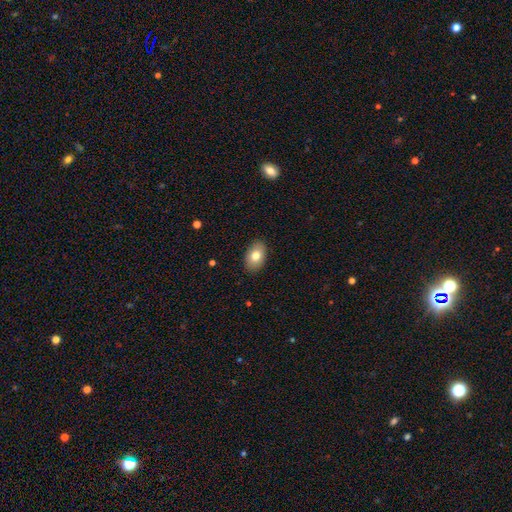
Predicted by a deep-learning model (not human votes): smooth_or_featured: smooth (p=0.79) [alt: featured or disk p=0.14]
how_rounded: in between (p=0.88) [alt: round p=0.11]
merging: none (p=0.89) [alt: minor disturbance p=0.08]